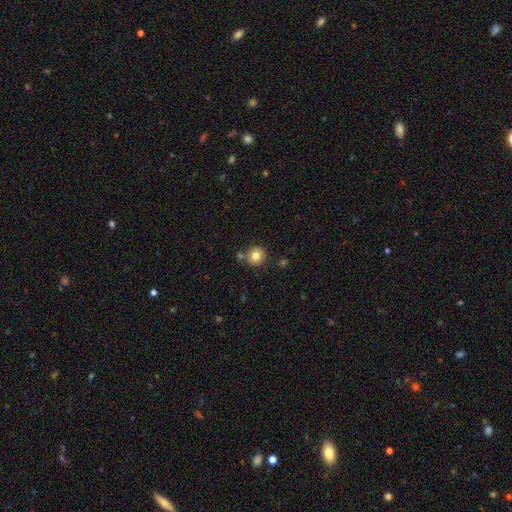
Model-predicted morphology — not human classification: A smooth galaxy with no disk features (80%) that is round (92%).

Vote fractions:
- Smooth or featured? smooth: 80% / star or artifact: 11% / featured or disk: 9%
- How rounded? round: 92% / in between: 7% / cigar-shaped: 1%
- Merging? none: 77% / merger: 11% / minor disturbance: 9% / major disturbance: 3%